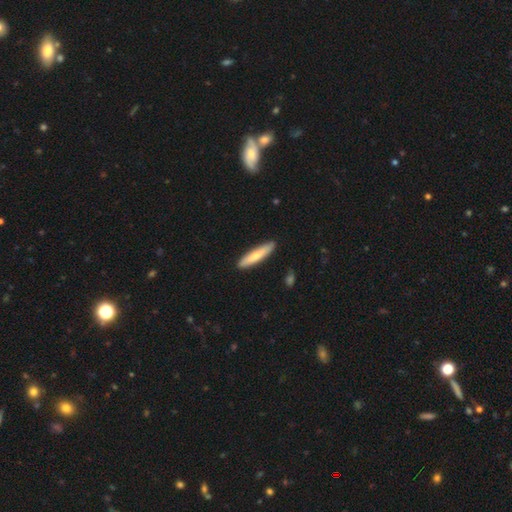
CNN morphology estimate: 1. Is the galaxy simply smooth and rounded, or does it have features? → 70% smooth, 25% featured or disk, 5% star or artifact.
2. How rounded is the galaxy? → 85% cigar-shaped, 14% in between, 1% round.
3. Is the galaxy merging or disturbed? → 89% none, 8% minor disturbance, 1% major disturbance, 1% merger.